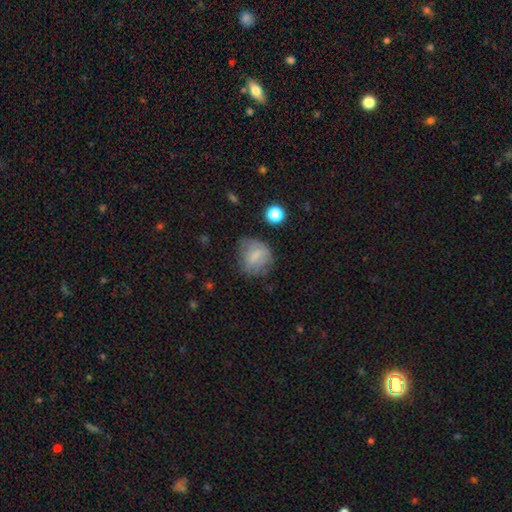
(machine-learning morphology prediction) A smooth galaxy with no disk features (67%) that is round (65%).

Vote fractions:
- Smooth or featured? smooth: 67% / featured or disk: 22% / star or artifact: 11%
- How rounded? round: 65% / in between: 33% / cigar-shaped: 2%
- Merging? none: 57% / minor disturbance: 27% / major disturbance: 13% / merger: 3%